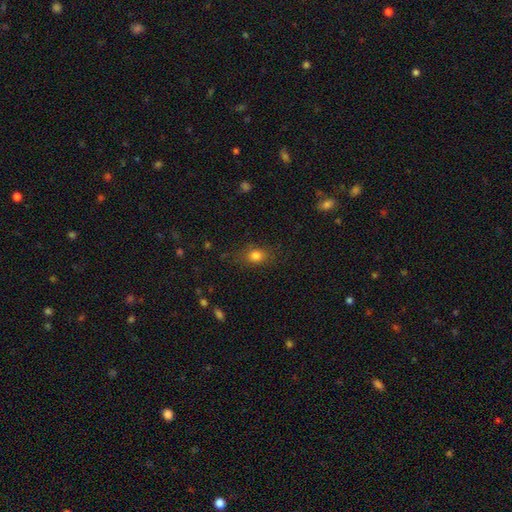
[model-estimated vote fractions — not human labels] This appears to be a smooth galaxy with no disk features (79%) that is in between round and cigar-shaped (58%). Merging: none (78%).